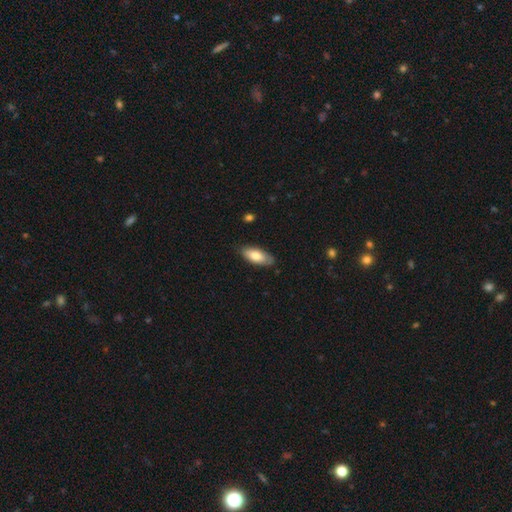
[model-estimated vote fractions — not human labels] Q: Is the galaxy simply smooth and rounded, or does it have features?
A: smooth — 76%.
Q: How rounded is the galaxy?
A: in between — 84%.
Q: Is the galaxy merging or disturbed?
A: none — 79%.